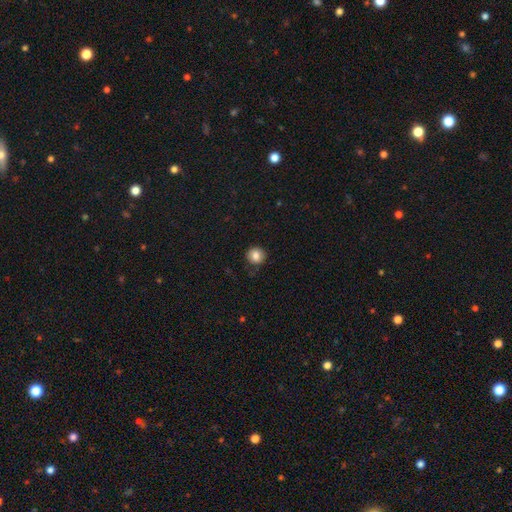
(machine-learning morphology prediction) smooth-or-featured: smooth: 83% | star or artifact: 10% | featured or disk: 7%
  how-rounded: round: 91% | in between: 8% | cigar-shaped: 1%
  merging: none: 86% | minor disturbance: 10% | major disturbance: 3% | merger: 1%